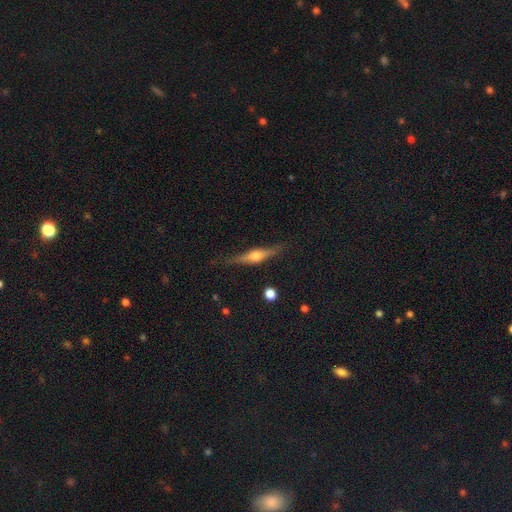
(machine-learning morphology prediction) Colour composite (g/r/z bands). It shows a featured or disk galaxy (70%) viewed edge-on (96%) with a rounded central bulge (92%). Merging: none (83%).